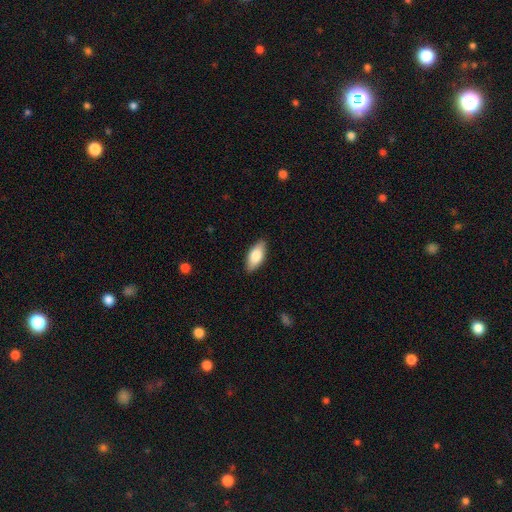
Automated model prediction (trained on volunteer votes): A smooth galaxy with no disk features (79%) that is in between round and cigar-shaped (88%). Merging: none (88%).